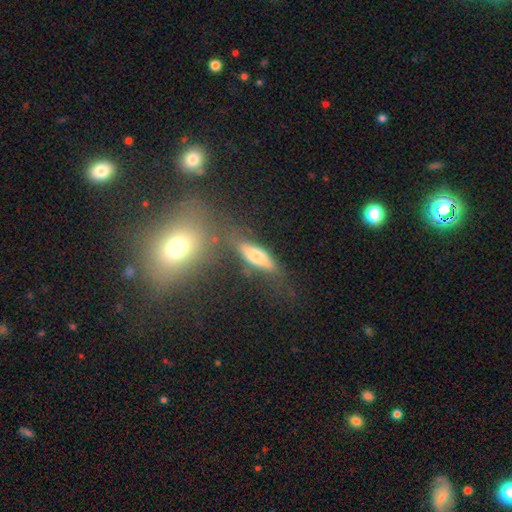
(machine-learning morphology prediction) Q: Smooth or featured?
A: smooth (63%); runner-up: featured or disk (28%)
Q: How rounded?
A: in between (56%); runner-up: cigar-shaped (40%)
Q: Merging?
A: none (61%); runner-up: minor disturbance (19%)